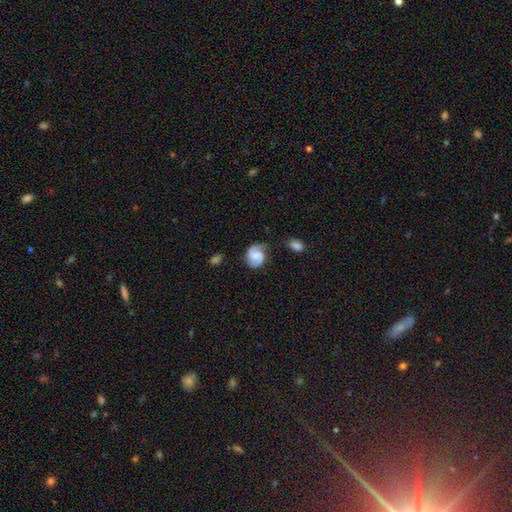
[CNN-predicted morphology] This appears to be a featured or disk galaxy (64%) with no bar (53%), 2 (82%) medium (46%) spiral arms (94%) and a small central bulge (39%). Merging: none (63%).